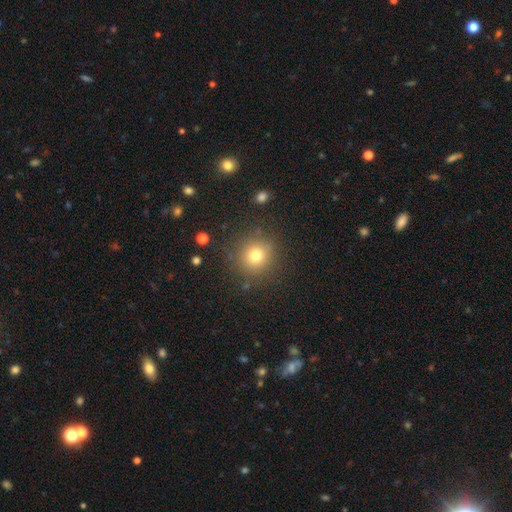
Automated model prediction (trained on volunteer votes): Smooth or featured: smooth — 76% (star or artifact — 15%)
How rounded: round — 93% (in between — 6%)
Merging: none — 86% (minor disturbance — 8%)